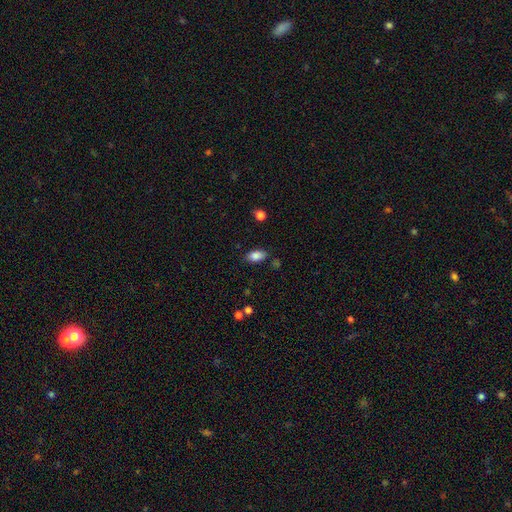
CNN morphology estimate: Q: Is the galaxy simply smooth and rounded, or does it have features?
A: smooth — 84%.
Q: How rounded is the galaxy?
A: in between — 91%.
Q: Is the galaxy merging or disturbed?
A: none — 79%.